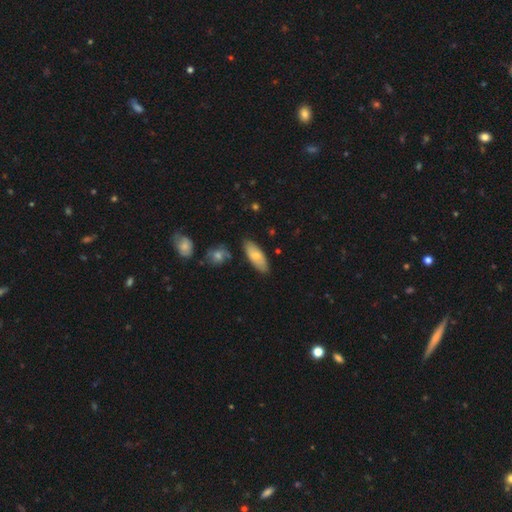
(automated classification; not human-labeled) Smooth or featured: smooth — 73% (featured or disk — 22%)
How rounded: in between — 82% (cigar-shaped — 16%)
Merging: none — 81% (minor disturbance — 14%)